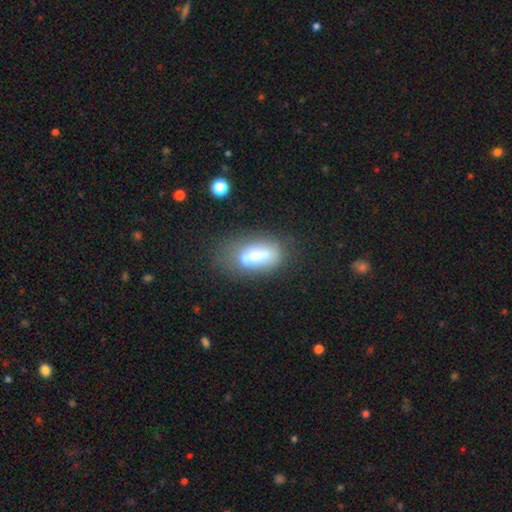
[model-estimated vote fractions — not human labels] Q: Smooth or featured?
A: smooth (58%); runner-up: featured or disk (32%)
Q: How rounded?
A: in between (85%); runner-up: cigar-shaped (8%)
Q: Merging?
A: none (48%); runner-up: minor disturbance (25%)